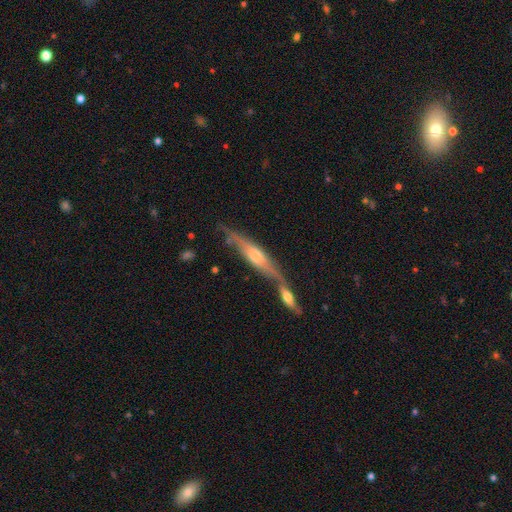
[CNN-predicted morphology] A featured or disk galaxy (64%) viewed edge-on (81%) with a rounded central bulge (80%). Merging: merger (41%).